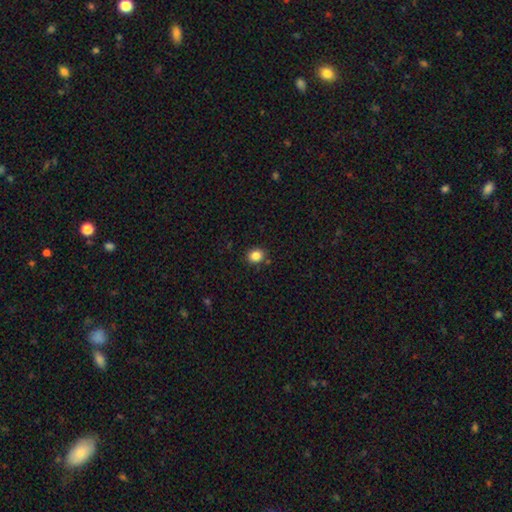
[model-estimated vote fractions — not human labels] Smooth or featured?
  - smooth: 85% *
  - star or artifact: 11%
  - featured or disk: 5%
How rounded?
  - round: 65% *
  - in between: 34%
  - cigar-shaped: 1%
Merging?
  - none: 87% *
  - minor disturbance: 8%
  - merger: 3%
  - major disturbance: 2%